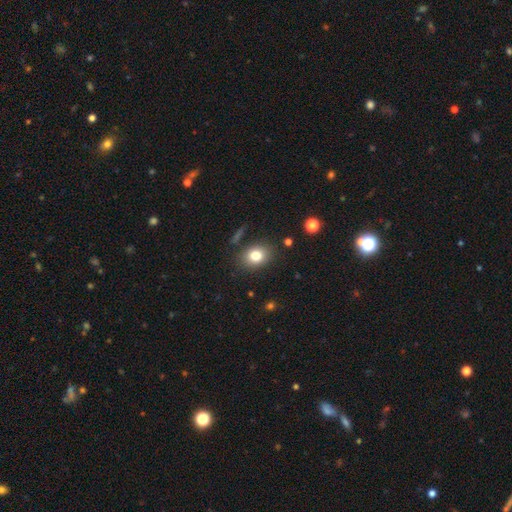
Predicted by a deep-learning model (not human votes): Overall: smooth (80%). How rounded: in between (58%; round 41%). Merging: none (82%).